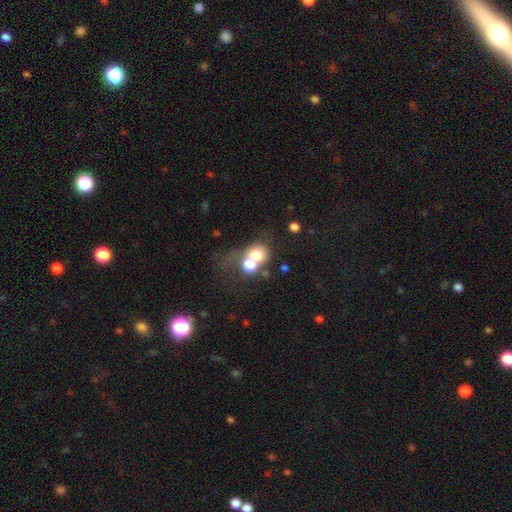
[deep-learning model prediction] This is likely a smooth galaxy (66%). How rounded: likely round (64%). Merging: likely merger (61%).